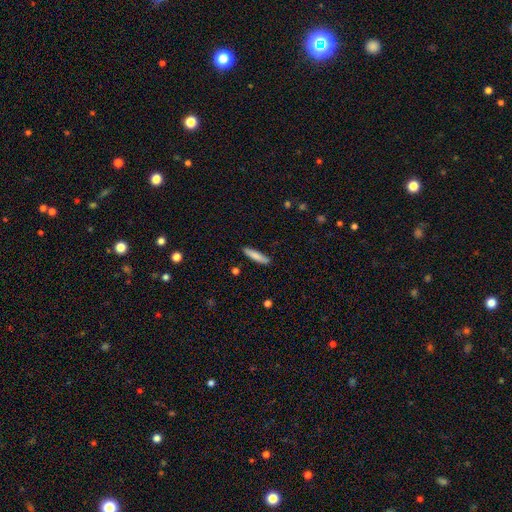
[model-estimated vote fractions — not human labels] smooth-or-featured: smooth: 79% | featured or disk: 15% | star or artifact: 6%
  how-rounded: cigar-shaped: 86% | in between: 12% | round: 1%
  merging: none: 87% | minor disturbance: 10% | major disturbance: 2% | merger: 2%